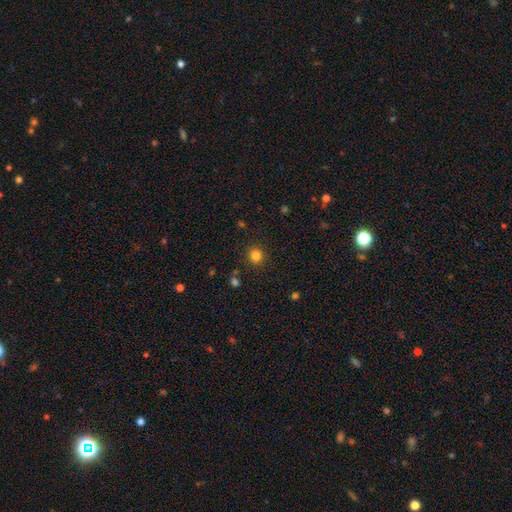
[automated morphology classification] This is clearly a smooth galaxy (82%). How rounded: clearly round (88%). Merging: clearly none (89%).